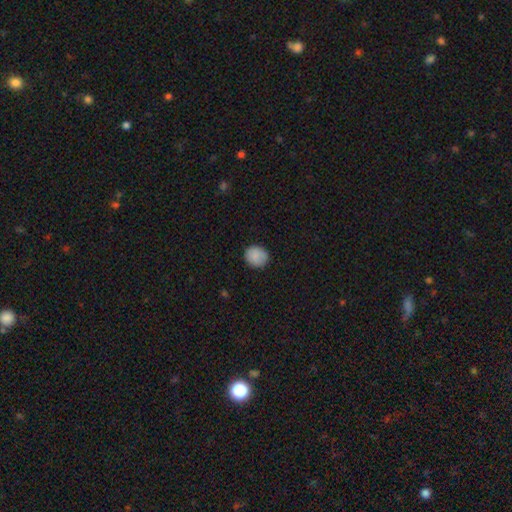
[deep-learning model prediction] This is clearly a smooth galaxy (86%). How rounded: clearly round (83%). Merging: clearly none (86%).